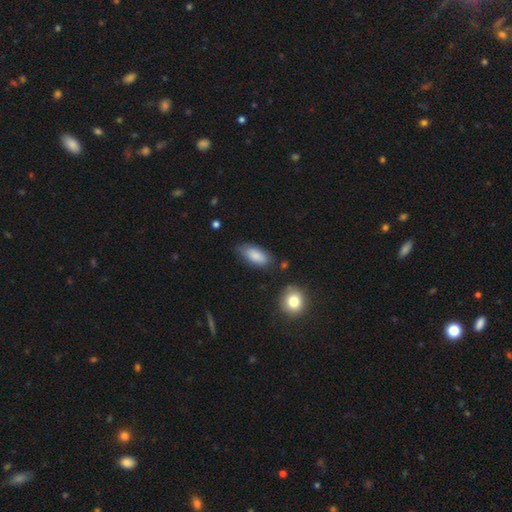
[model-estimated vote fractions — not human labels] Q: Smooth or featured?
A: smooth (84%); runner-up: featured or disk (10%)
Q: How rounded?
A: in between (88%); runner-up: cigar-shaped (9%)
Q: Merging?
A: none (69%); runner-up: minor disturbance (23%)